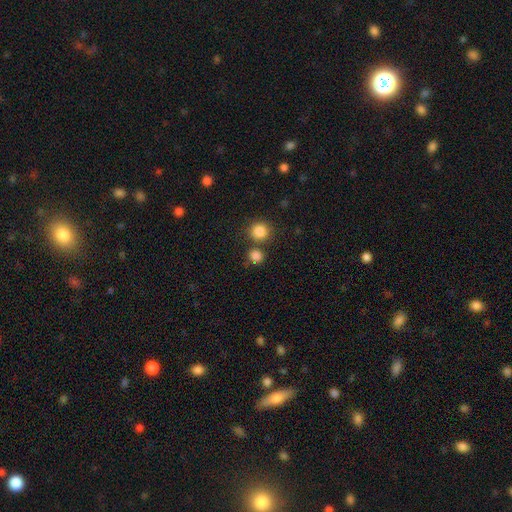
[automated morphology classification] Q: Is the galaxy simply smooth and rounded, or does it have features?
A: smooth — 83%.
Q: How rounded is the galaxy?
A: round — 88%.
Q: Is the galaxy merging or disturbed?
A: none — 69%.